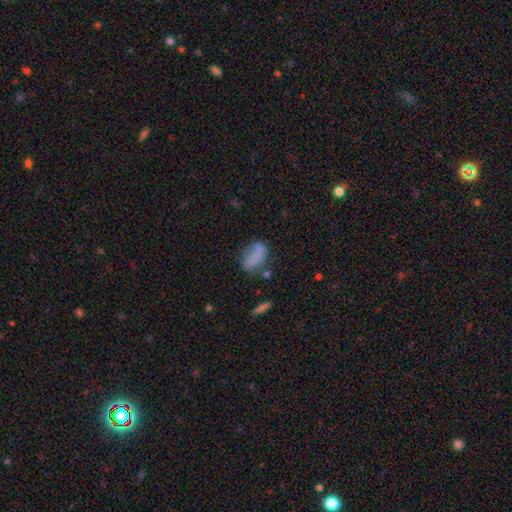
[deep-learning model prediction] Smooth or featured? smooth (73%)
How rounded? in between (88%)
Merging? none (47%)